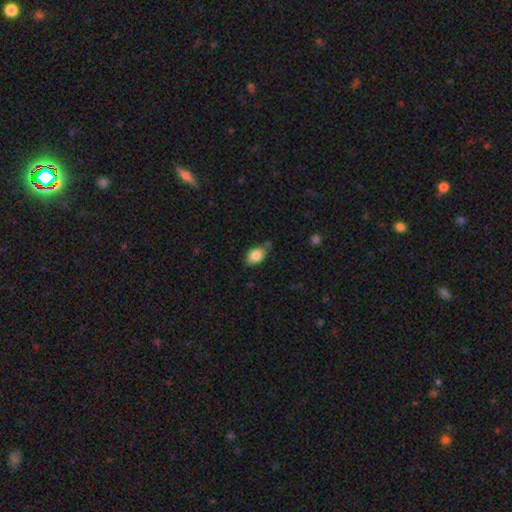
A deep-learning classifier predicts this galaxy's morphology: The model was most divided on "merging": none: 68%, minor disturbance: 21%, merger: 6%, major disturbance: 4%. More confident: smooth or featured — smooth (83%); how rounded — in between (80%).